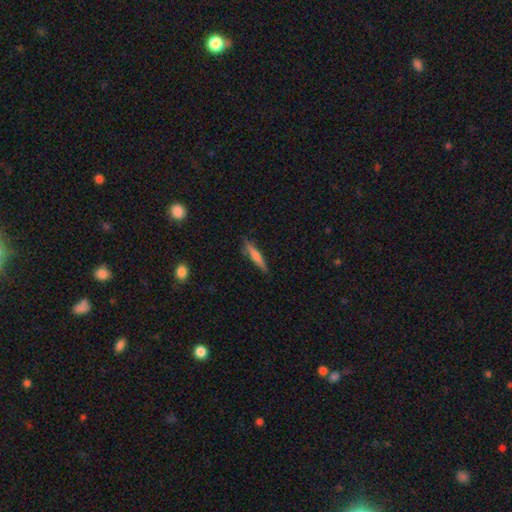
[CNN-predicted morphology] Smooth or featured? Predicted: smooth (p=0.60). How rounded? Predicted: cigar-shaped (p=0.91). Merging? Predicted: none (p=0.85).